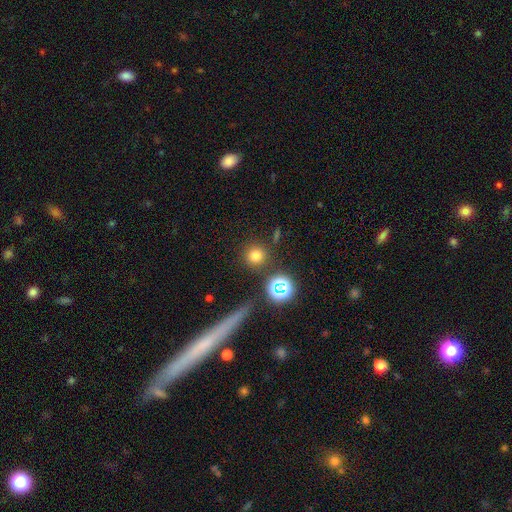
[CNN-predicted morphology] Q: Smooth or featured?
A: smooth (73%); runner-up: star or artifact (20%)
Q: How rounded?
A: round (93%); runner-up: in between (5%)
Q: Merging?
A: none (85%); runner-up: minor disturbance (7%)